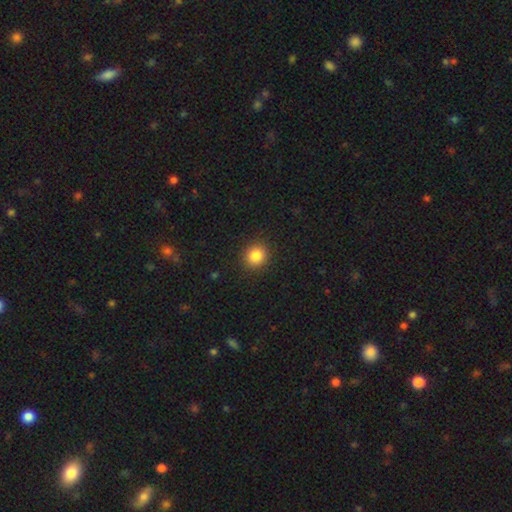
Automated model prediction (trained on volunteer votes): The model was most divided on "how rounded": round: 85%, in between: 14%, cigar-shaped: 1%. More confident: merging — none (90%); smooth or featured — smooth (85%).